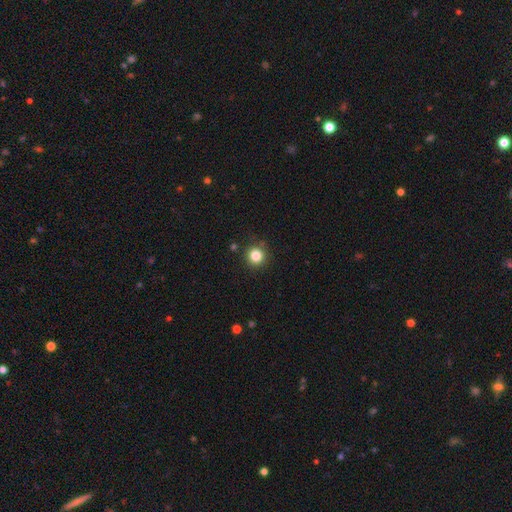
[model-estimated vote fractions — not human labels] A smooth galaxy with no disk features (84%) that is round (94%). Merging: none (89%).